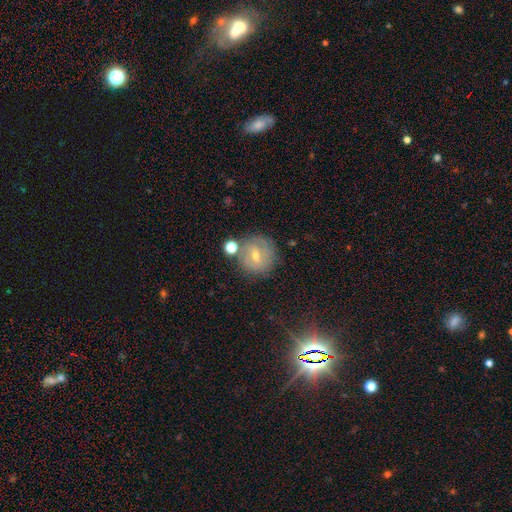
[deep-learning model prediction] smooth_or_featured: featured or disk (p=0.50) [alt: smooth p=0.33]
merging: none (p=0.75) [alt: minor disturbance p=0.13]